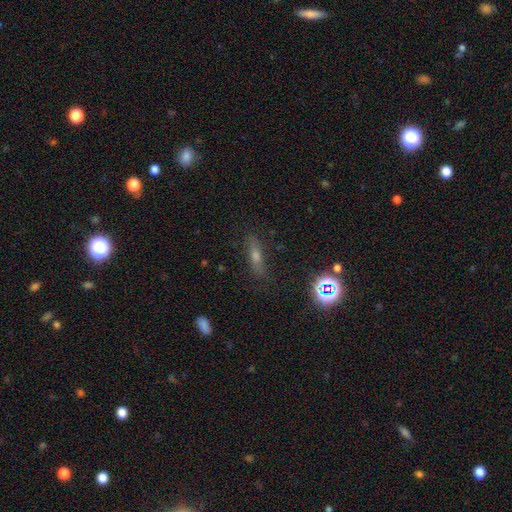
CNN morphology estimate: A smooth galaxy with no disk features (46%).

Vote fractions:
- Smooth or featured? smooth: 46% / featured or disk: 32% / star or artifact: 22%
- Merging? none: 81% / minor disturbance: 14% / major disturbance: 4% / merger: 2%